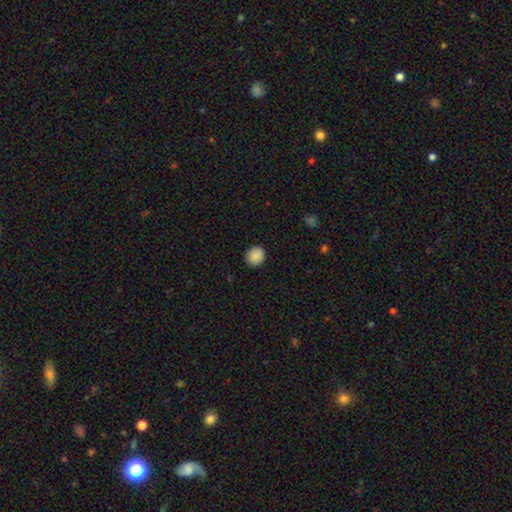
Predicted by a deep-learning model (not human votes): Smooth or featured? Predicted: smooth (p=0.88). How rounded? Predicted: round (p=0.86). Merging? Predicted: none (p=0.91).